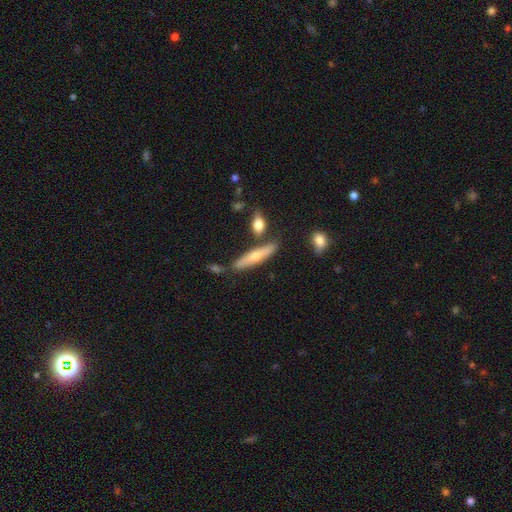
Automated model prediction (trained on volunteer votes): Q: Smooth or featured?
A: featured or disk (50%); runner-up: smooth (44%)
Q: Merging?
A: none (77%); runner-up: minor disturbance (11%)